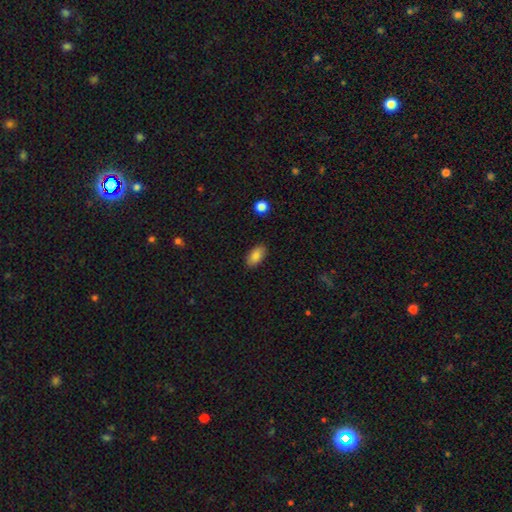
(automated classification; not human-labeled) Morphology: type=smooth (85%); roundness=in between (92%); merging=none (88%).